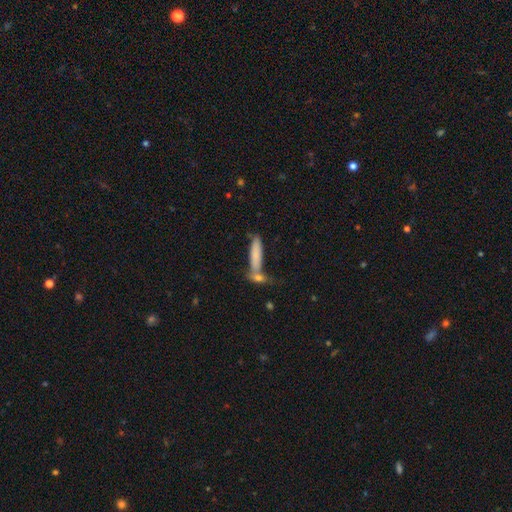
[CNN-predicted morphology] Smooth or featured? Predicted: smooth (p=0.74). How rounded? Predicted: cigar-shaped (p=0.76). Merging? Predicted: none (p=0.47).